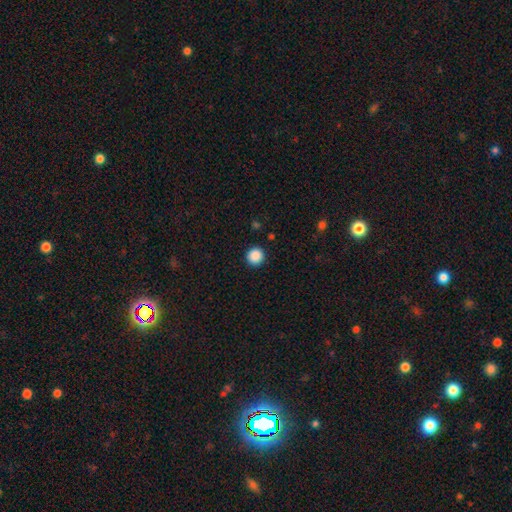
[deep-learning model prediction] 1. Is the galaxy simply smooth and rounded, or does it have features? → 89% smooth, 9% star or artifact, 2% featured or disk.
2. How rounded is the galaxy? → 94% round, 5% in between, 1% cigar-shaped.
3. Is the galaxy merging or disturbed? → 92% none, 5% minor disturbance, 2% major disturbance, 1% merger.